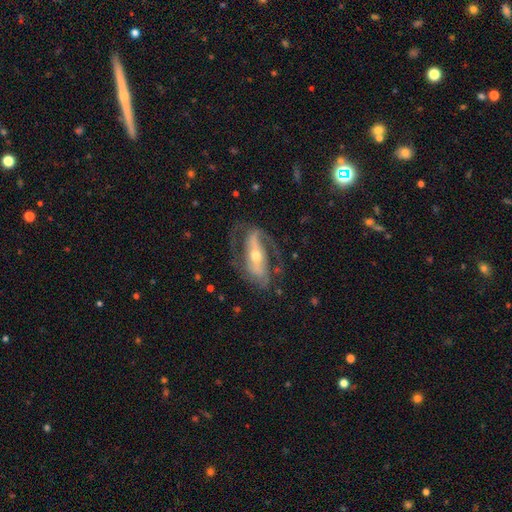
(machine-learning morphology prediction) Smooth or featured? Predicted: featured or disk (p=0.86). Edge-on disk? Predicted: no (p=0.91). Bar? Predicted: strong (p=0.59). Spiral arms? Predicted: yes (p=0.91). Spiral winding? Predicted: medium (p=0.49). Spiral arm count? Predicted: 2 (p=0.85). Bulge size? Predicted: moderate (p=0.57). Merging? Predicted: none (p=0.68).